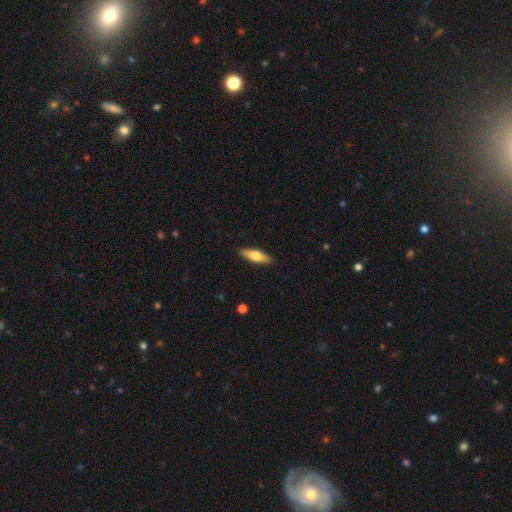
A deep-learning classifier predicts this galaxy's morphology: Q: Smooth or featured?
A: smooth (65%); runner-up: featured or disk (30%)
Q: How rounded?
A: cigar-shaped (50%); runner-up: in between (48%)
Q: Merging?
A: none (89%); runner-up: minor disturbance (8%)